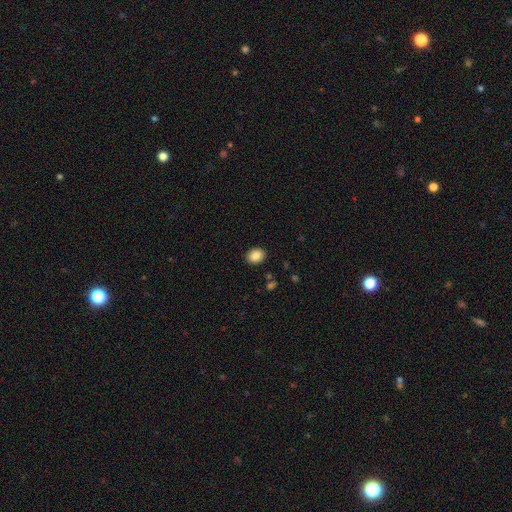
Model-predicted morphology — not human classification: A smooth galaxy with no disk features (87%) that is in between round and cigar-shaped (55%). Merging: none (89%).